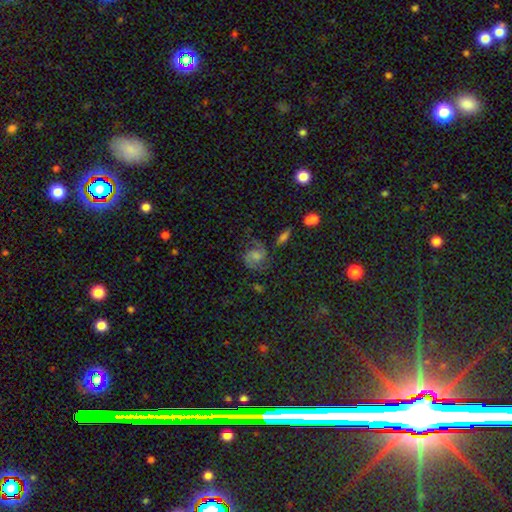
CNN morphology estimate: Overall: featured or disk (71%). Edge-on disk: no (97%). Bar: no (58%; weak 34%). Spiral arms: yes (95%). Spiral arm count: 2 (88%). Spiral winding: medium (53%; tight 25%). Bulge size: moderate (43%; small 32%). Merging: none (69%).